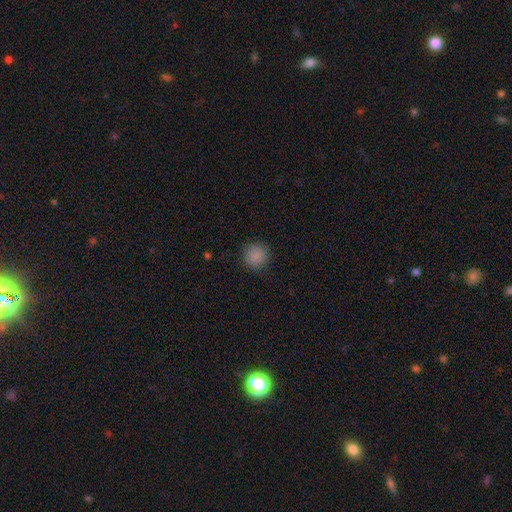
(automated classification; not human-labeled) This is clearly a smooth galaxy (87%). How rounded: clearly round (92%). Merging: clearly none (88%).